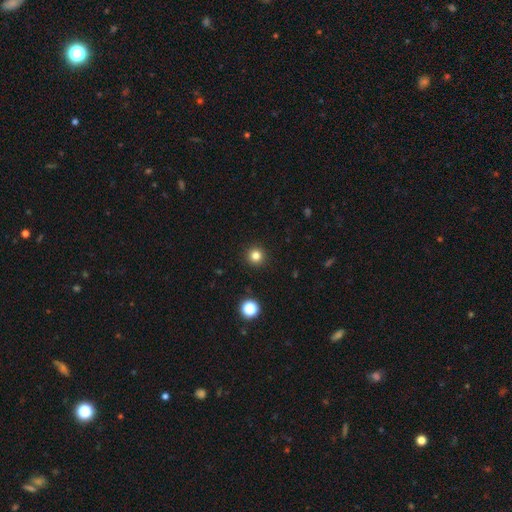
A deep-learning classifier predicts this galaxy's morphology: smooth-or-featured: smooth: 81% | star or artifact: 14% | featured or disk: 5%
  how-rounded: round: 96% | in between: 3% | cigar-shaped: 1%
  merging: none: 93% | minor disturbance: 4% | major disturbance: 2% | merger: 1%